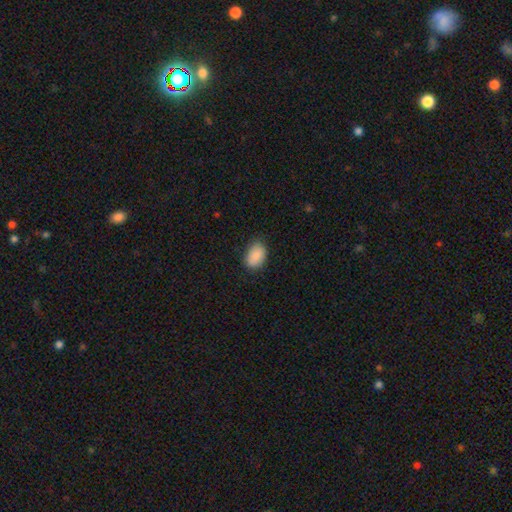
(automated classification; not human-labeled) The model was most divided on "merging": none: 79%, minor disturbance: 17%, major disturbance: 3%, merger: 1%. More confident: smooth or featured — smooth (89%); how rounded — in between (87%).